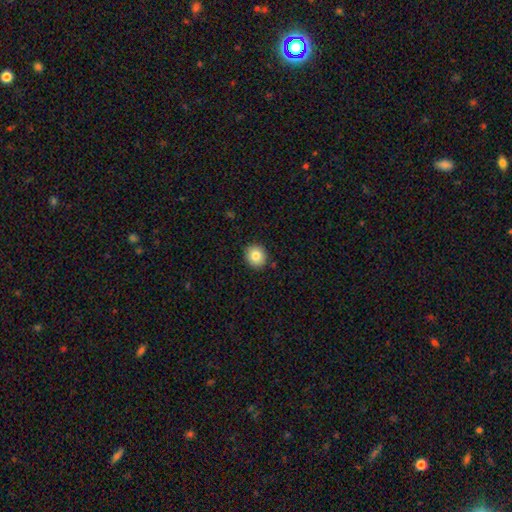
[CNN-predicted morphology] Smooth or featured?
  - smooth: 83% *
  - star or artifact: 9%
  - featured or disk: 7%
How rounded?
  - round: 90% *
  - in between: 9%
  - cigar-shaped: 1%
Merging?
  - none: 91% *
  - minor disturbance: 6%
  - major disturbance: 2%
  - merger: 1%